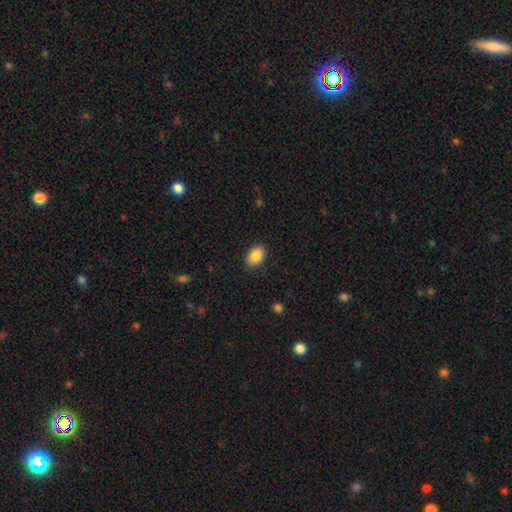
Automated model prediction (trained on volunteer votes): Smooth or featured: smooth — 87% (star or artifact — 8%)
How rounded: in between — 85% (round — 14%)
Merging: none — 87% (minor disturbance — 10%)